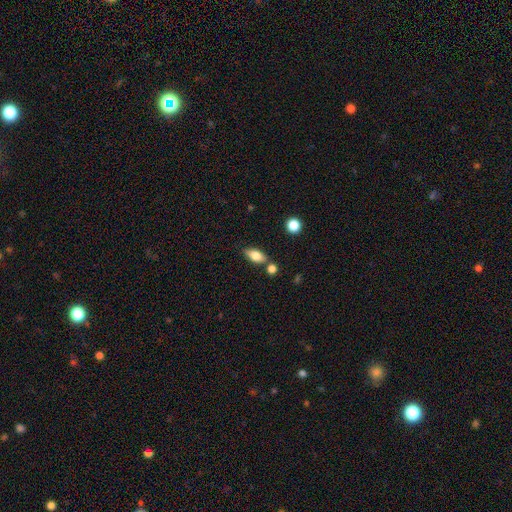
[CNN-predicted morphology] smooth_or_featured: smooth (p=0.74) [alt: featured or disk p=0.19]
how_rounded: in between (p=0.82) [alt: cigar-shaped p=0.13]
merging: none (p=0.72) [alt: minor disturbance p=0.13]